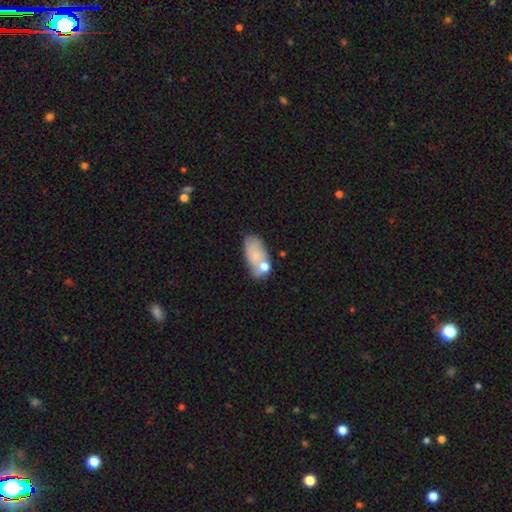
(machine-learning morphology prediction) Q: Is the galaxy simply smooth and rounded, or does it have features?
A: smooth — 67%.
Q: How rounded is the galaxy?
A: in between — 90%.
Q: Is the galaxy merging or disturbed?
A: none — 42%.